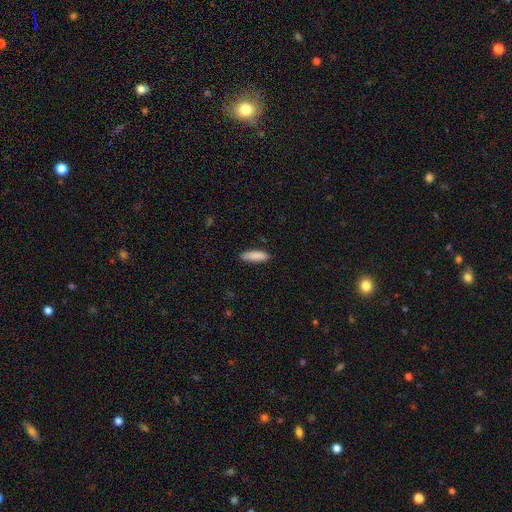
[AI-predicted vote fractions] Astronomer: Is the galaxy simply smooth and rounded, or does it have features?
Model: smooth — 89%.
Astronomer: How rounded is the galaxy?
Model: cigar-shaped — 49%, tied with in between at 49%.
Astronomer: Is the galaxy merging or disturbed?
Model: none — 87%.